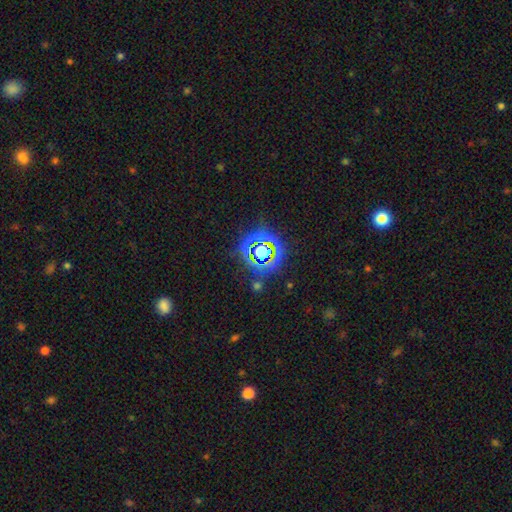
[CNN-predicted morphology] smooth_or_featured: star or artifact (p=0.71) [alt: smooth p=0.19]